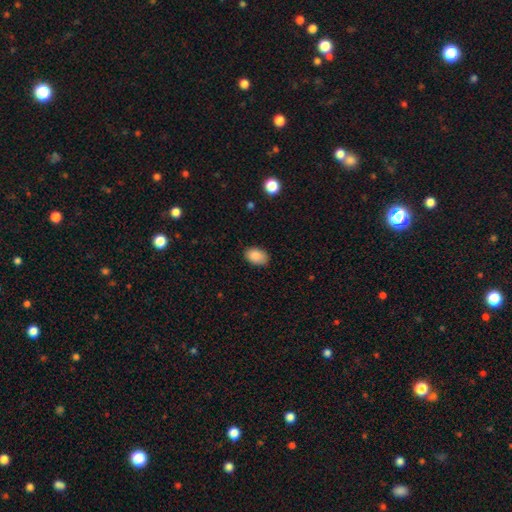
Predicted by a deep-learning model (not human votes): This is clearly a smooth galaxy (88%). How rounded: clearly in between (87%). Merging: clearly none (83%).